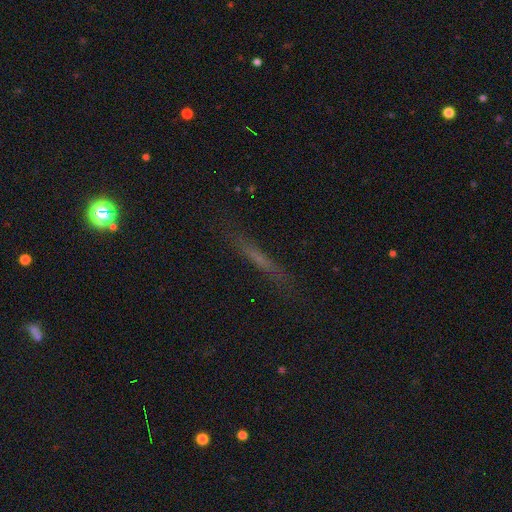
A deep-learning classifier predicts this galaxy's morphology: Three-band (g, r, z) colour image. It shows a featured or disk galaxy (42%). Merging: none (83%).